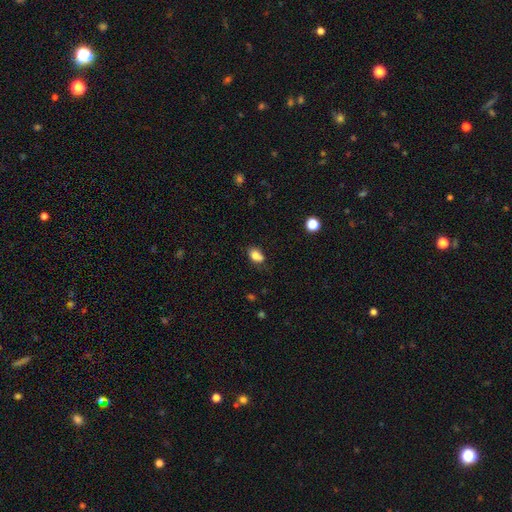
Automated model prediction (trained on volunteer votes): Smooth or featured?
  - smooth: 81% *
  - star or artifact: 10%
  - featured or disk: 9%
How rounded?
  - in between: 80% *
  - round: 18%
  - cigar-shaped: 2%
Merging?
  - none: 57% *
  - minor disturbance: 25%
  - merger: 11%
  - major disturbance: 7%